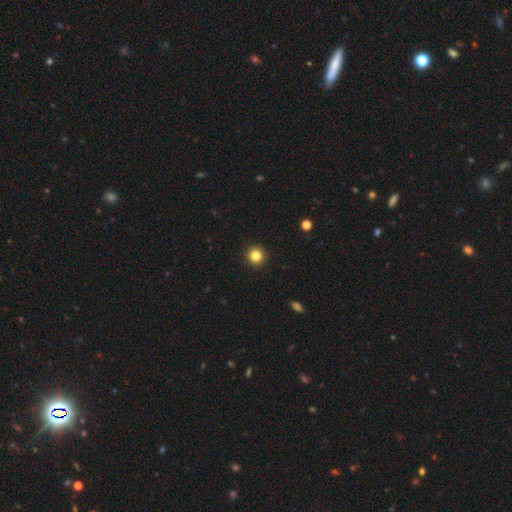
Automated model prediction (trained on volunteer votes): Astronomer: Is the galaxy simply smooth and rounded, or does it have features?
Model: smooth — 83%.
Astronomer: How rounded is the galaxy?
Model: round — 95%.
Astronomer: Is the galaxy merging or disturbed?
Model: none — 93%.